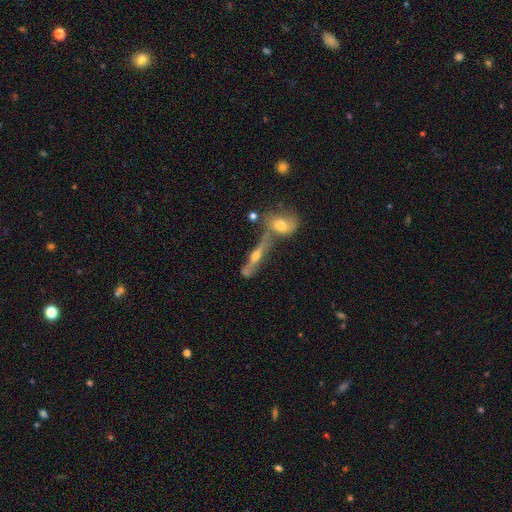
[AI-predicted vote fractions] Smooth or featured? featured or disk (66%)
Edge-on disk? yes (85%)
Edge-on bulge? rounded (91%)
Merging? none (46%)